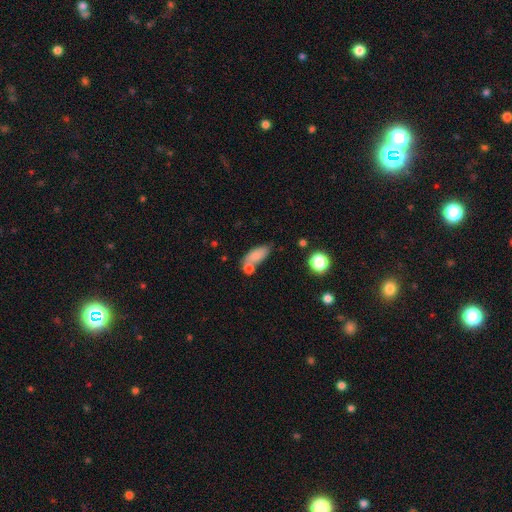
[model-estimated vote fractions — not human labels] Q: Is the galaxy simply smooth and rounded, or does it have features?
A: smooth — 80%.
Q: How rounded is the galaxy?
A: in between — 79%.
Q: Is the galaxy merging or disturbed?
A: none — 47%.